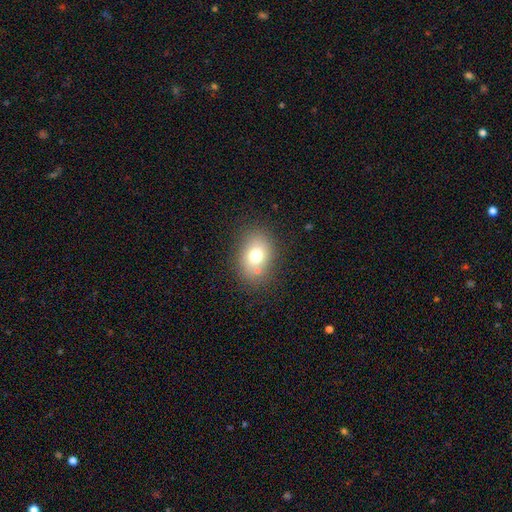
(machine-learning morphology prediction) type=smooth (72%); roundness=in between (65%); merging=none (75%).